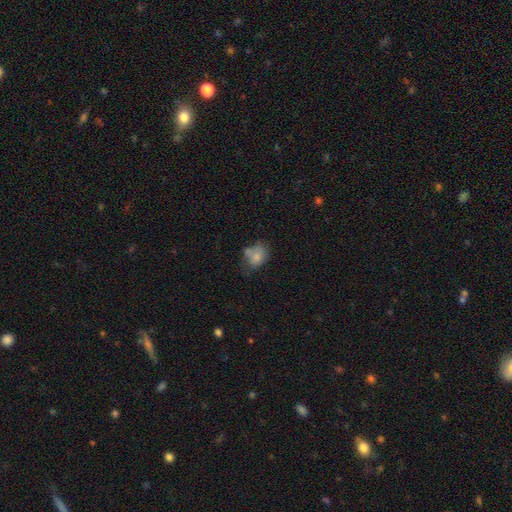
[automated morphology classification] A smooth galaxy with no disk features (73%) that is in between round and cigar-shaped (63%).

Vote fractions:
- Smooth or featured? smooth: 73% / featured or disk: 18% / star or artifact: 10%
- How rounded? in between: 63% / round: 36% / cigar-shaped: 1%
- Merging? none: 35% / minor disturbance: 27% / merger: 23% / major disturbance: 16%